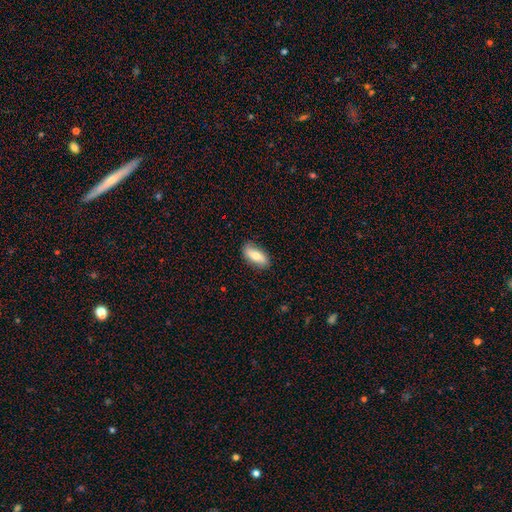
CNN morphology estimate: This appears to be a smooth galaxy with no disk features (70%) that is in between round and cigar-shaped (83%). Merging: none (84%).